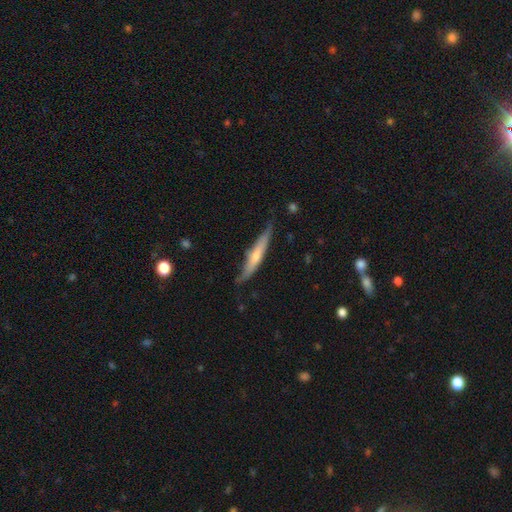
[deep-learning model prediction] This is likely a featured or disk galaxy (63%). It is clearly viewed edge-on (93%). Edge-on bulge: likely rounded (77%). Merging: clearly none (82%).